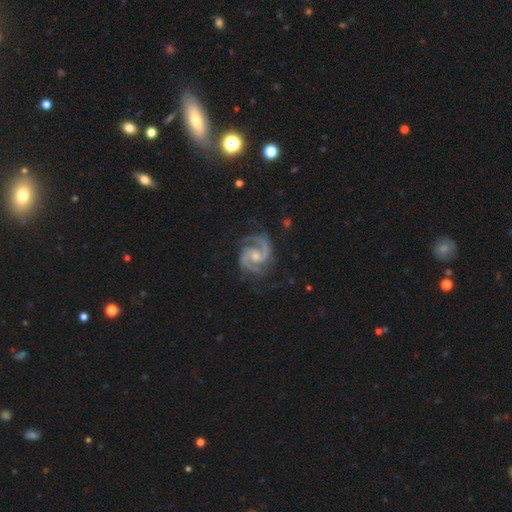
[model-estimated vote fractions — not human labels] smooth-or-featured: featured or disk: 93% | star or artifact: 4% | smooth: 3%
  disk-edge-on: no: 98% | yes: 2%
    bar: no: 57% | weak: 35% | strong: 8%
    has-spiral-arms: yes: 99% | no: 1%
      spiral-winding: medium: 57% | tight: 35% | loose: 8%
      spiral-arm-count: 2: 87% | 3: 7% | can't tell: 2% | 1: 2% | 4: 1% | more than 4: 1%
    bulge-size: moderate: 48% | small: 44% | none: 4% | large: 2% | dominant: 1%
  merging: none: 75% | minor disturbance: 17% | major disturbance: 7% | merger: 1%